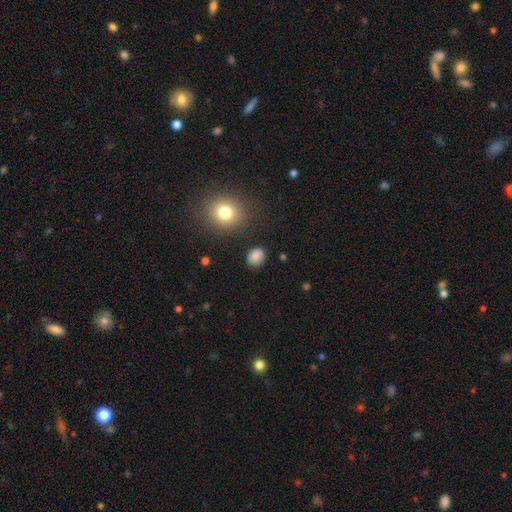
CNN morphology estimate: This is clearly a smooth galaxy (85%). How rounded: possibly in between (53%). Merging: clearly none (83%).